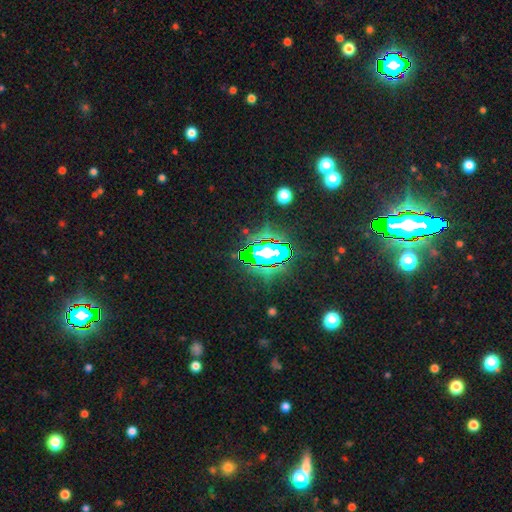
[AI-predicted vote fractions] Q: Smooth or featured?
A: star or artifact (82%); runner-up: smooth (9%)